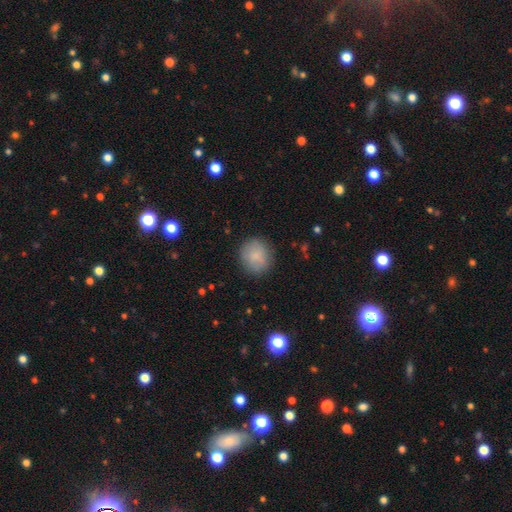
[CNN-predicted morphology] A smooth galaxy with no disk features (84%) that is round (90%). Merging: none (85%).